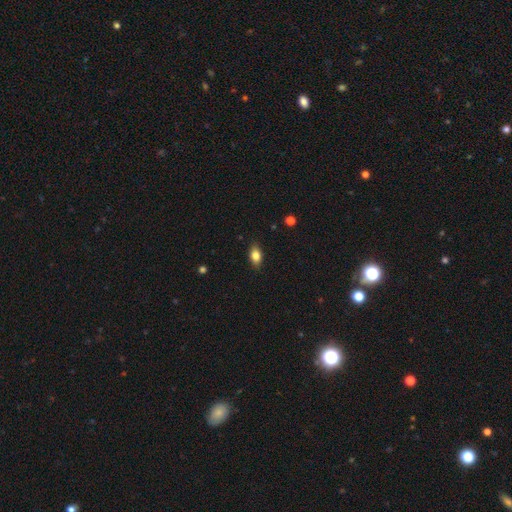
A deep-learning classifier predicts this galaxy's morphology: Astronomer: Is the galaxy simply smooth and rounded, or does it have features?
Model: smooth — 83%.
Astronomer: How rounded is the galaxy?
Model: in between — 86%.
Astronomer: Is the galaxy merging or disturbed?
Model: none — 86%.